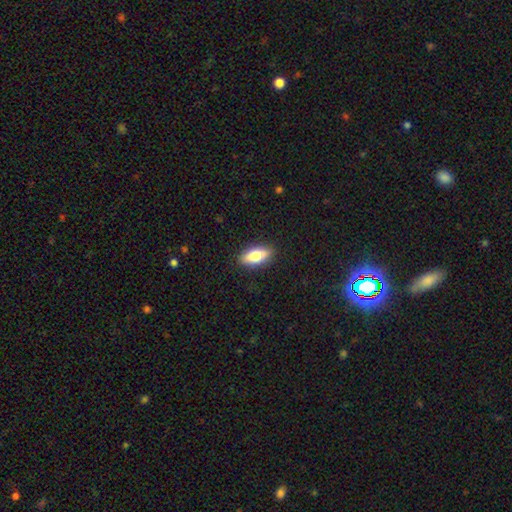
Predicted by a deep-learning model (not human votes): This appears to be a smooth galaxy with no disk features (75%) that is in between round and cigar-shaped (80%). Merging: none (89%).